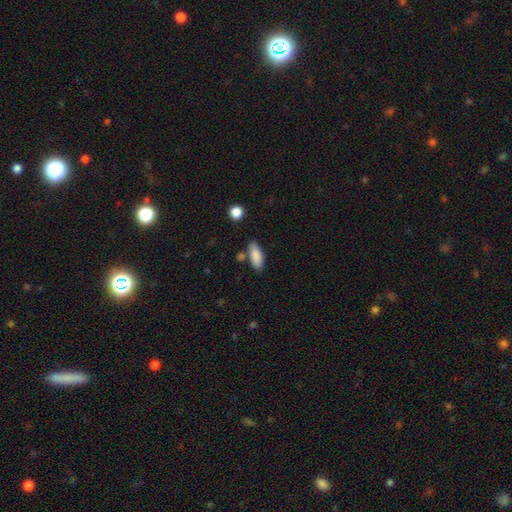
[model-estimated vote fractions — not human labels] Smooth or featured? Predicted: smooth (p=0.87). How rounded? Predicted: in between (p=0.76). Merging? Predicted: none (p=0.75).